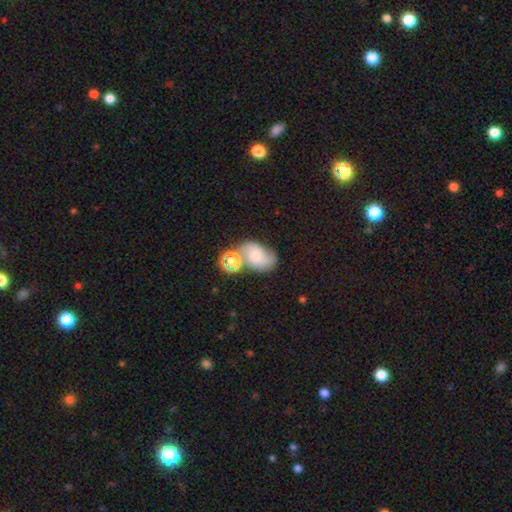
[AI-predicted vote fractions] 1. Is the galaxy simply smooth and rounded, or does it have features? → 47% smooth, 38% featured or disk, 14% star or artifact.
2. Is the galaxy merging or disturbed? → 40% none, 33% merger, 18% minor disturbance, 9% major disturbance.